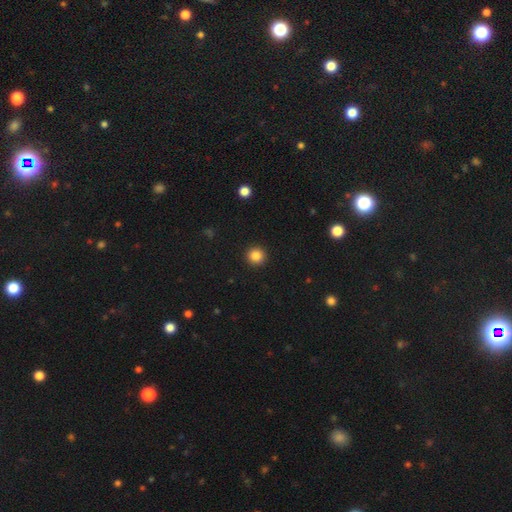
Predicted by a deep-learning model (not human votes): A smooth galaxy with no disk features (85%) that is round (94%). Merging: none (92%).